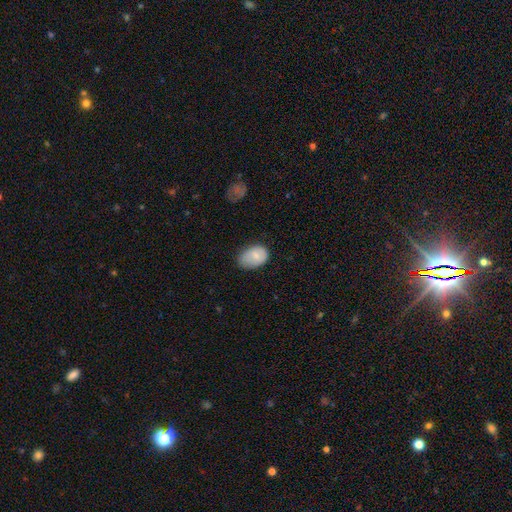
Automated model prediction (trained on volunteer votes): smooth 78%, featured or disk 15%, star or artifact 7%. Down the decision tree: how rounded — in between (85%); merging — none (56%).